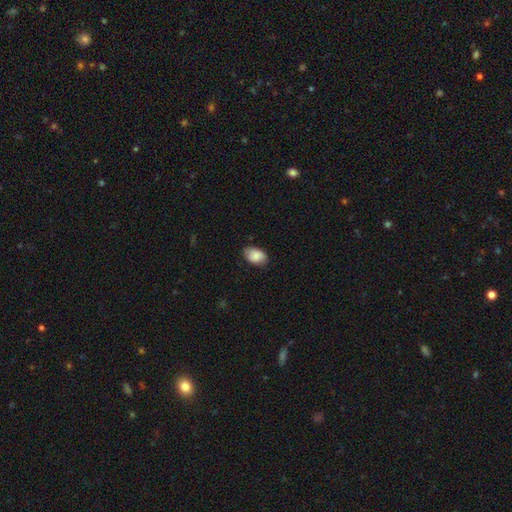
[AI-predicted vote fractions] Smooth or featured?
  - smooth: 86% *
  - featured or disk: 8%
  - star or artifact: 7%
How rounded?
  - in between: 90% *
  - round: 9%
  - cigar-shaped: 1%
Merging?
  - none: 77% *
  - minor disturbance: 19%
  - major disturbance: 3%
  - merger: 1%